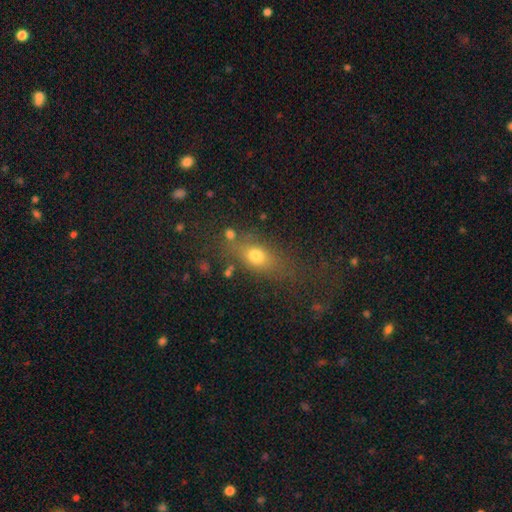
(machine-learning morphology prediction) This is likely a smooth galaxy (68%). How rounded: possibly in between (57%). Merging: likely none (63%).